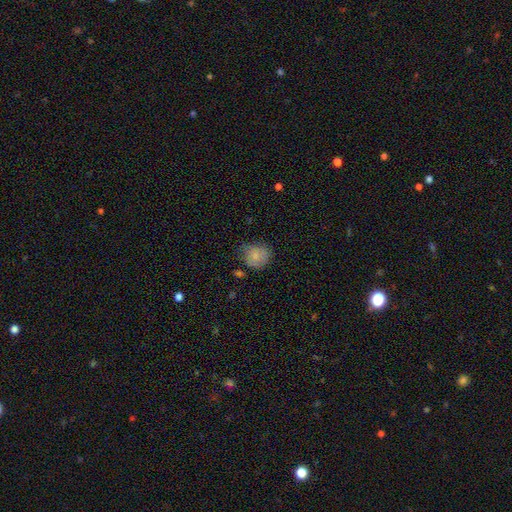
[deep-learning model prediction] A smooth galaxy with no disk features (79%) that is round (79%). Merging: none (56%).